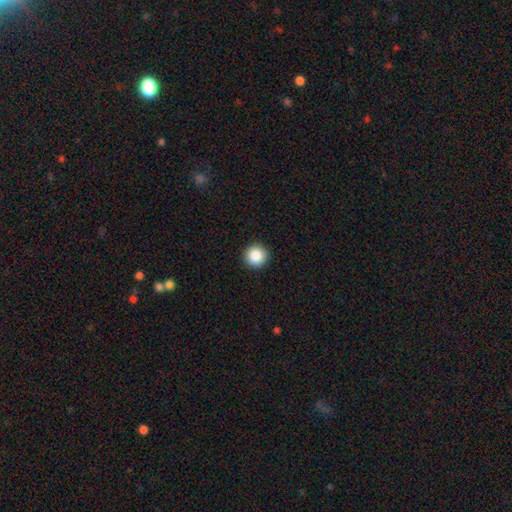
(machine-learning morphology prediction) Smooth or featured? Predicted: smooth (p=0.87). How rounded? Predicted: round (p=0.96). Merging? Predicted: none (p=0.93).